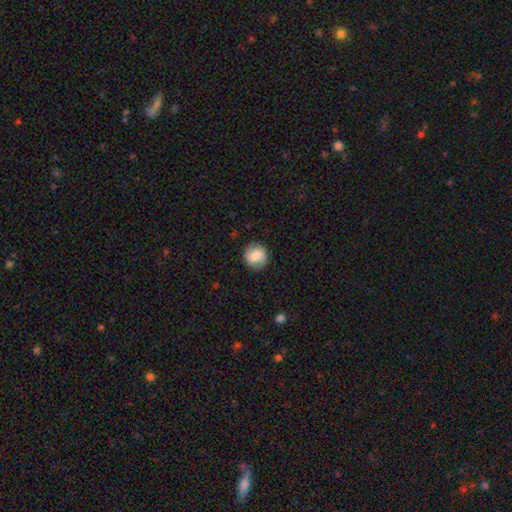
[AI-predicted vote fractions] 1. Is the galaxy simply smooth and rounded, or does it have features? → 73% smooth, 19% featured or disk, 8% star or artifact.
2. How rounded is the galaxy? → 87% round, 12% in between, 1% cigar-shaped.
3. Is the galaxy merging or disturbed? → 85% none, 11% minor disturbance, 3% major disturbance, 1% merger.